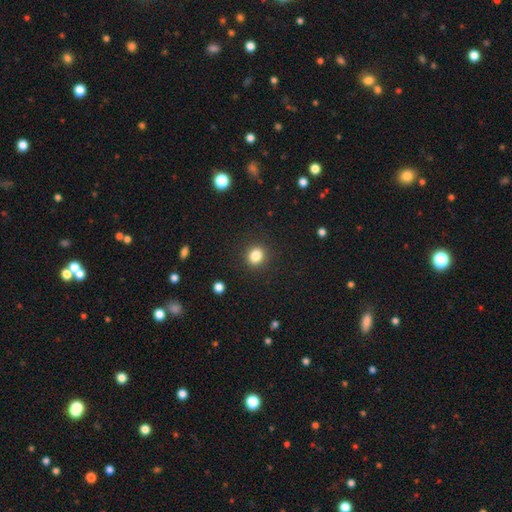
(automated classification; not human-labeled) A smooth galaxy with no disk features (84%) that is round (78%). Merging: none (90%).